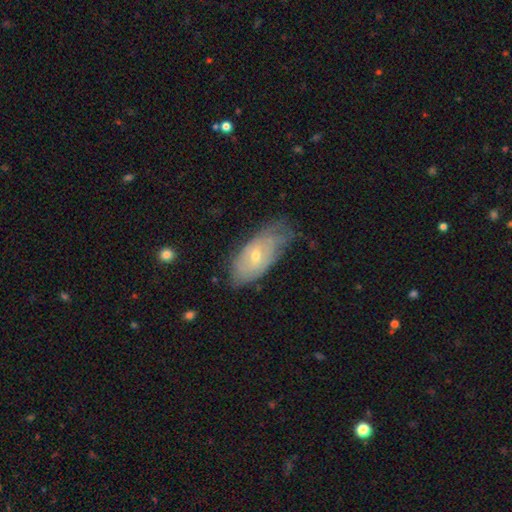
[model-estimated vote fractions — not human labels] A featured or disk galaxy (53%). Merging: none (54%).